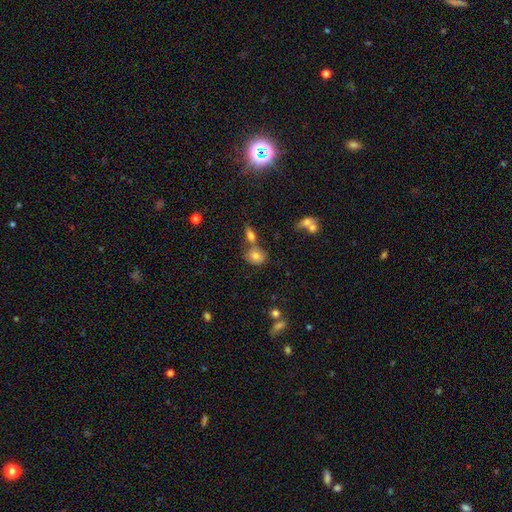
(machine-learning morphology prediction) A smooth galaxy with no disk features (77%) that is round (54%). Merging: none (56%).